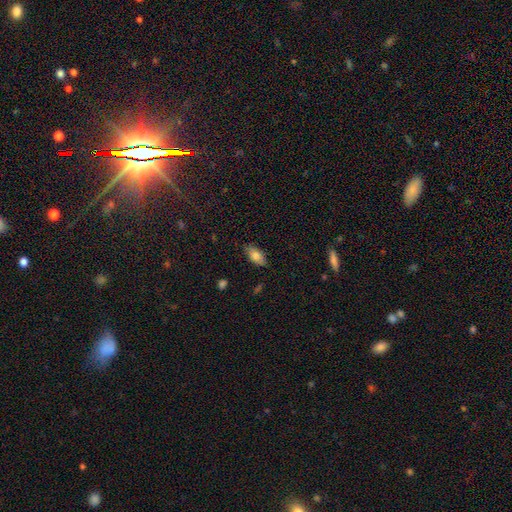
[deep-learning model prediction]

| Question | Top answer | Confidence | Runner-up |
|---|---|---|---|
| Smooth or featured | smooth | 77% | featured or disk (16%) |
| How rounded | in between | 90% | cigar-shaped (7%) |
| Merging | none | 85% | minor disturbance (12%) |